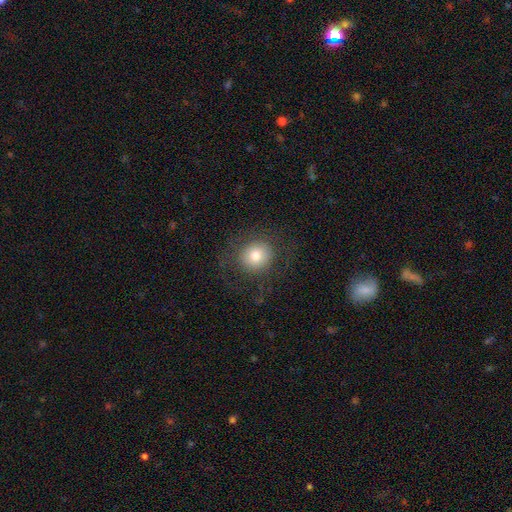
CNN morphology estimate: This appears to be a smooth galaxy with no disk features (75%) that is round (87%). Merging: none (79%).